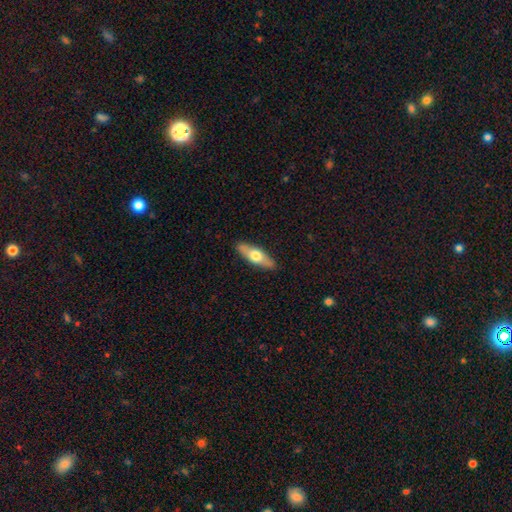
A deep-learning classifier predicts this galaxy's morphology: Smooth or featured: smooth — 57% (featured or disk — 38%)
How rounded: in between — 52% (cigar-shaped — 45%)
Merging: none — 89% (minor disturbance — 8%)